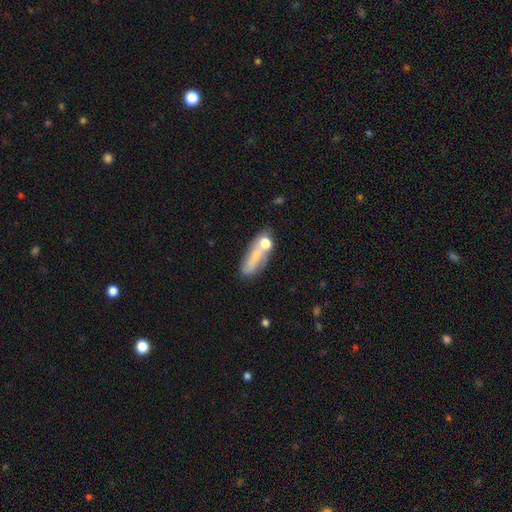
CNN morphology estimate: Smooth or featured? Predicted: smooth (p=0.60). How rounded? Predicted: in between (p=0.59). Merging? Predicted: none (p=0.43).